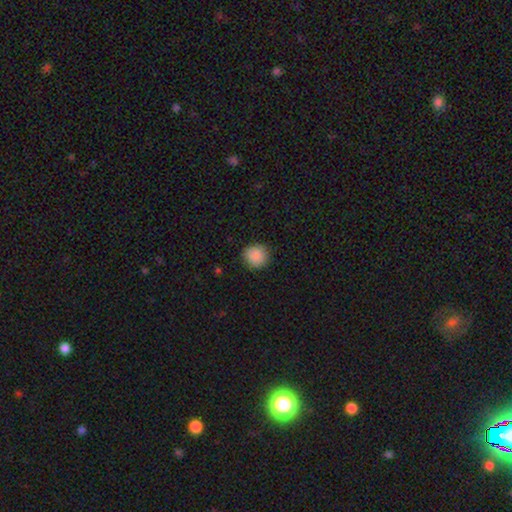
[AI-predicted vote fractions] Smooth or featured? Predicted: smooth (p=0.88). How rounded? Predicted: round (p=0.90). Merging? Predicted: none (p=0.88).